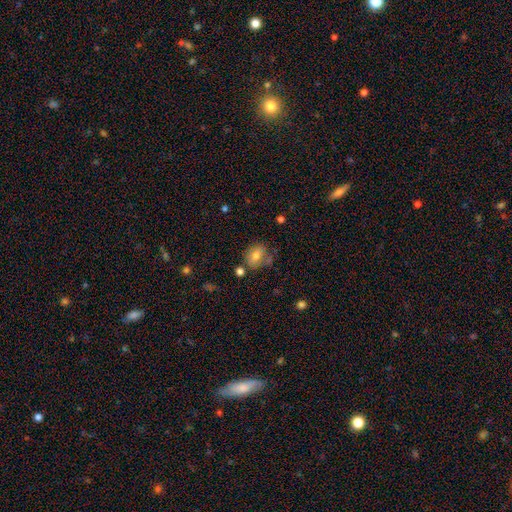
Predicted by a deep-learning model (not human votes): smooth_or_featured: smooth (p=0.74) [alt: featured or disk p=0.16]
how_rounded: in between (p=0.52) [alt: round p=0.47]
merging: none (p=0.63) [alt: minor disturbance p=0.20]